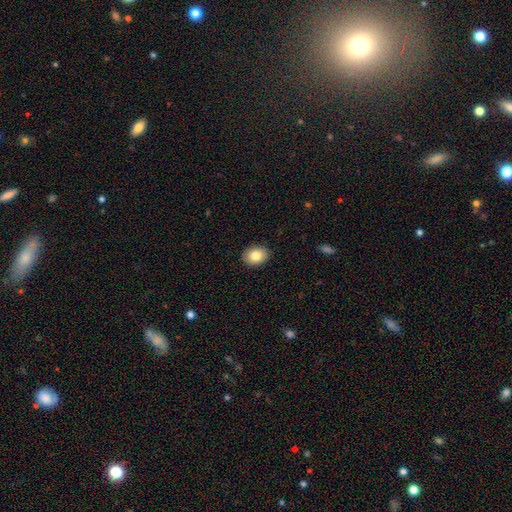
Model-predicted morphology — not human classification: smooth-or-featured: smooth: 83% | featured or disk: 9% | star or artifact: 8%
  how-rounded: in between: 63% | round: 37% | cigar-shaped: 1%
  merging: none: 90% | minor disturbance: 7% | major disturbance: 2% | merger: 1%